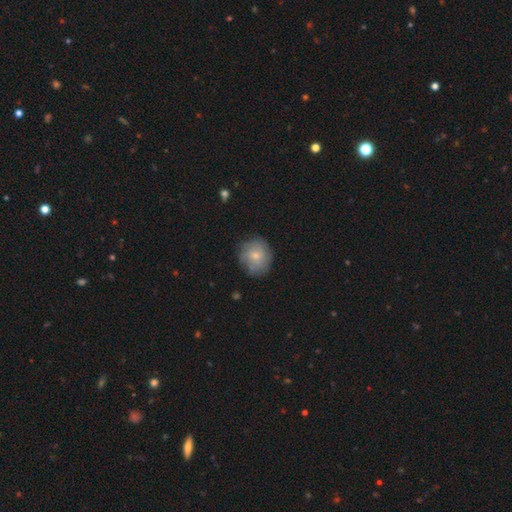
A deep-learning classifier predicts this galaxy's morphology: Smooth or featured: smooth — 56% (featured or disk — 36%)
How rounded: round — 80% (in between — 19%)
Merging: none — 76% (minor disturbance — 18%)